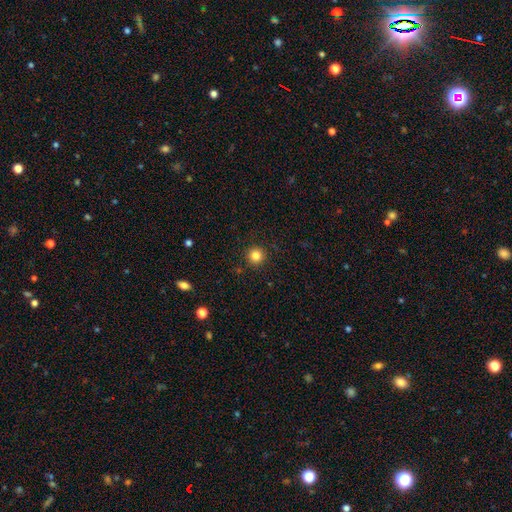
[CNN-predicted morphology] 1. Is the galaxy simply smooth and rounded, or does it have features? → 83% smooth, 12% star or artifact, 5% featured or disk.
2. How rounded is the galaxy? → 95% round, 4% in between, 1% cigar-shaped.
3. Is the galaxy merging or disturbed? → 91% none, 6% minor disturbance, 2% major disturbance, 1% merger.